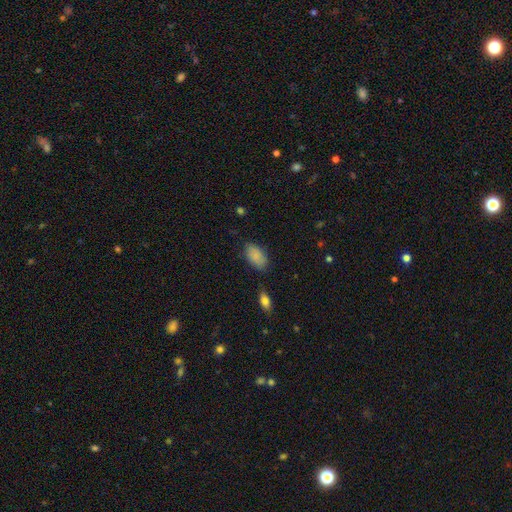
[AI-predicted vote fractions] A smooth galaxy with no disk features (88%) that is in between round and cigar-shaped (94%).

Vote fractions:
- Smooth or featured? smooth: 88% / star or artifact: 7% / featured or disk: 5%
- How rounded? in between: 94% / round: 4% / cigar-shaped: 2%
- Merging? none: 77% / minor disturbance: 17% / major disturbance: 4% / merger: 3%